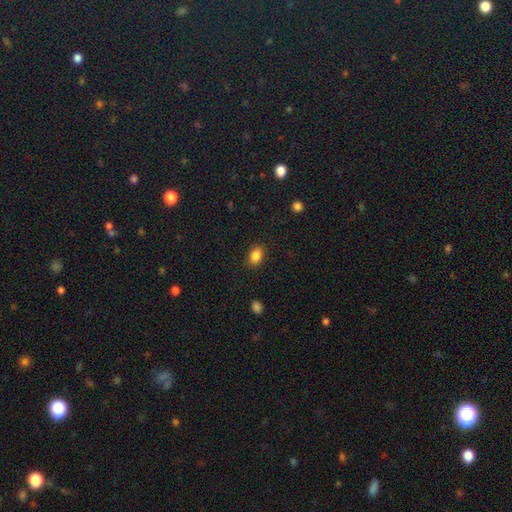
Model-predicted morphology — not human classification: Smooth or featured: smooth — 86% (star or artifact — 9%)
How rounded: in between — 74% (round — 25%)
Merging: none — 86% (minor disturbance — 10%)